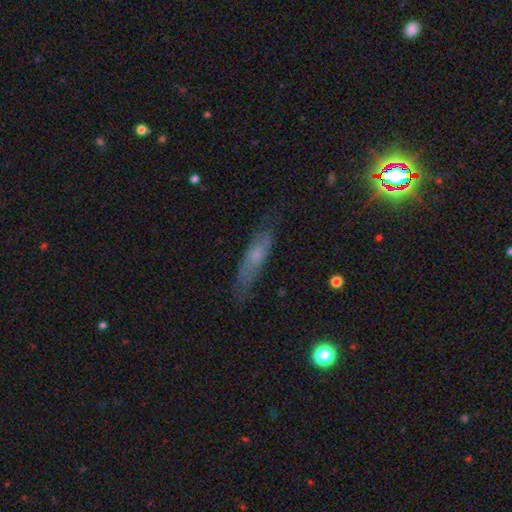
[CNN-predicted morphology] This is possibly a smooth galaxy (48%). Merging: likely none (72%).